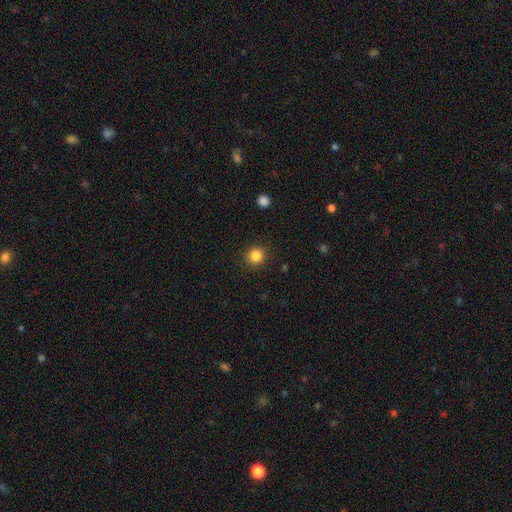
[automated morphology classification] A smooth galaxy with no disk features (85%) that is round (91%).

Vote fractions:
- Smooth or featured? smooth: 85% / star or artifact: 11% / featured or disk: 4%
- How rounded? round: 91% / in between: 8% / cigar-shaped: 1%
- Merging? none: 90% / minor disturbance: 7% / major disturbance: 3% / merger: 1%